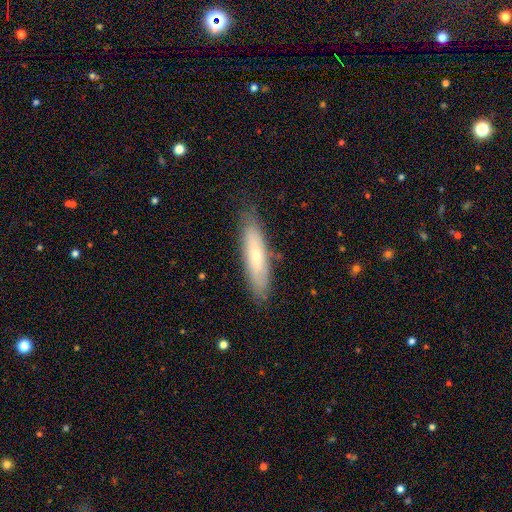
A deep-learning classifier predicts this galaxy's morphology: This is possibly a smooth galaxy (56%). How rounded: likely cigar-shaped (72%). Merging: clearly none (83%).